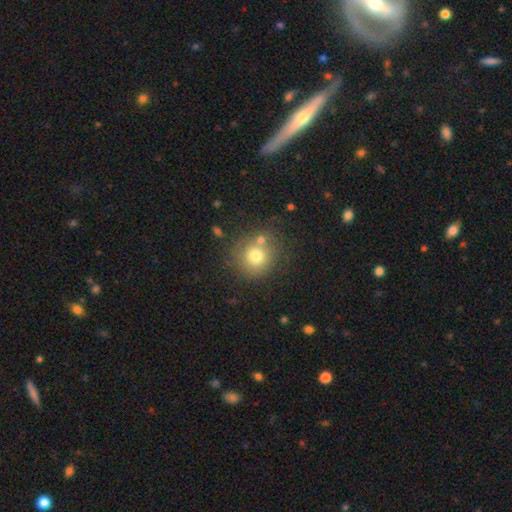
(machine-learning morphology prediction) smooth 74%, featured or disk 13%, star or artifact 13%. Down the decision tree: how rounded — round (89%); merging — none (65%).